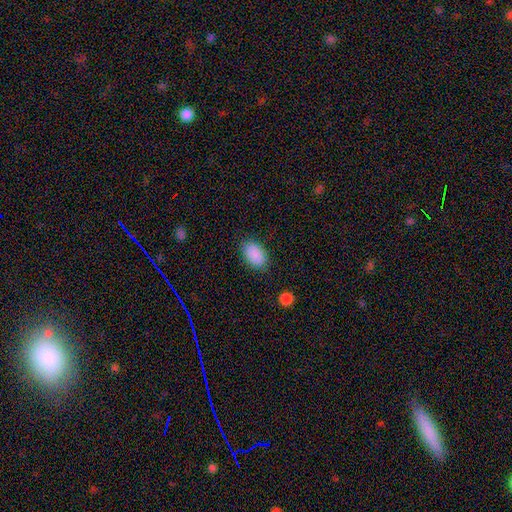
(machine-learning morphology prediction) Smooth or featured: smooth — 89% (star or artifact — 7%)
How rounded: in between — 92% (round — 7%)
Merging: none — 85% (minor disturbance — 11%)